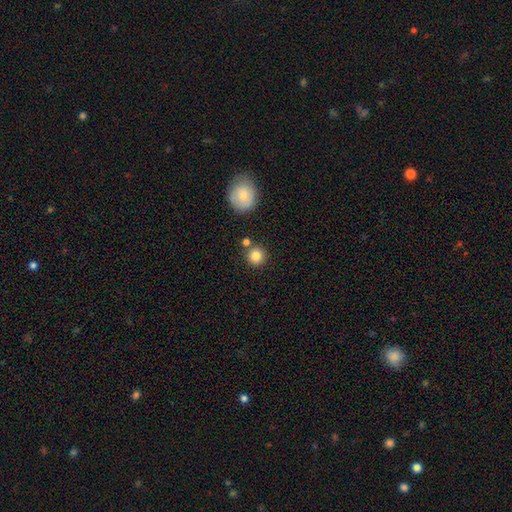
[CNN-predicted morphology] smooth-or-featured: smooth: 83% | star or artifact: 11% | featured or disk: 6%
  how-rounded: round: 93% | in between: 6% | cigar-shaped: 1%
  merging: none: 79% | merger: 10% | minor disturbance: 8% | major disturbance: 3%